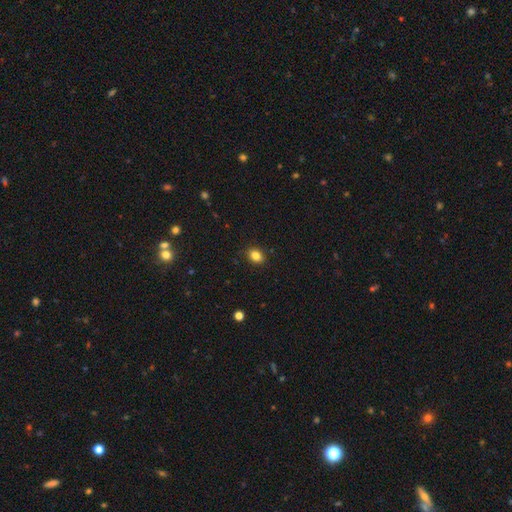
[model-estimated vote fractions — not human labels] This appears to be a smooth galaxy with no disk features (84%) that is in between round and cigar-shaped (67%). Merging: none (89%).